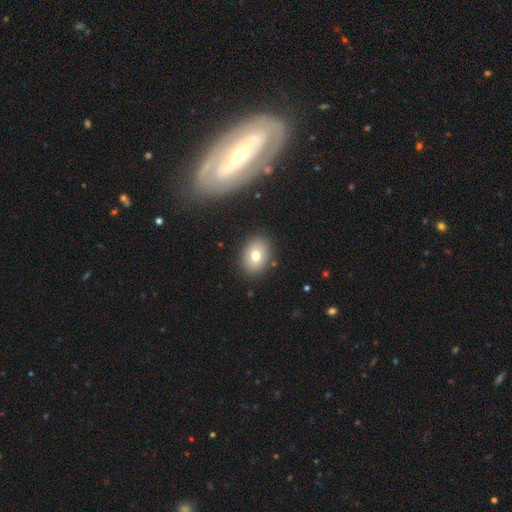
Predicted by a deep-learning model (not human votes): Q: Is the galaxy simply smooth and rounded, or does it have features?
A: smooth — 76%.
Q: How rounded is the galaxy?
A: in between — 63%.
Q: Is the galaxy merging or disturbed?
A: none — 87%.